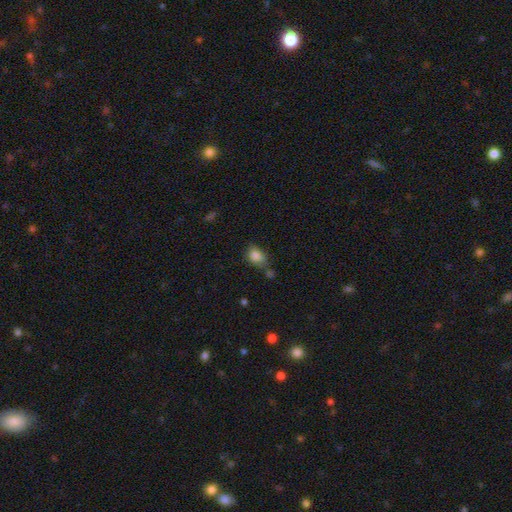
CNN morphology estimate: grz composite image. It shows a smooth galaxy with no disk features (83%) that is in between round and cigar-shaped (76%). Merging: none (55%).